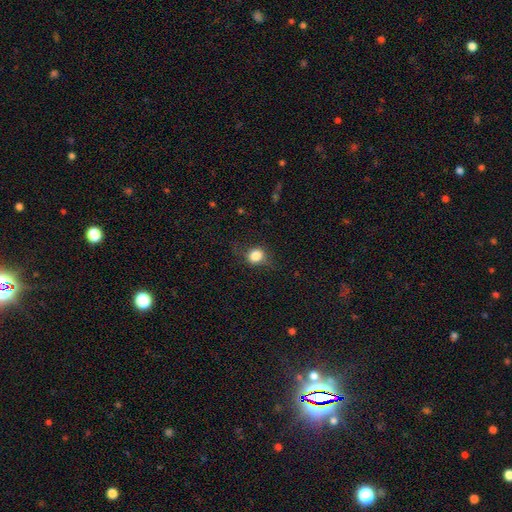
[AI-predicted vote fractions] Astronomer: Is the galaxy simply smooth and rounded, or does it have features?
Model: smooth — 80%.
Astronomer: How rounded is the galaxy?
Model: round — 74%.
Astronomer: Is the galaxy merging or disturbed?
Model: none — 73%.